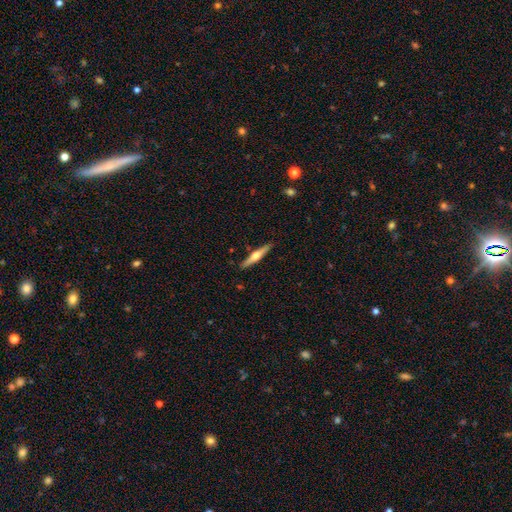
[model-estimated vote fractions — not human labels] The model was most divided on "smooth or featured": featured or disk: 64%, smooth: 31%, star or artifact: 5%. More confident: edge-on disk — yes (97%); edge-on bulge — rounded (93%); merging — none (90%).